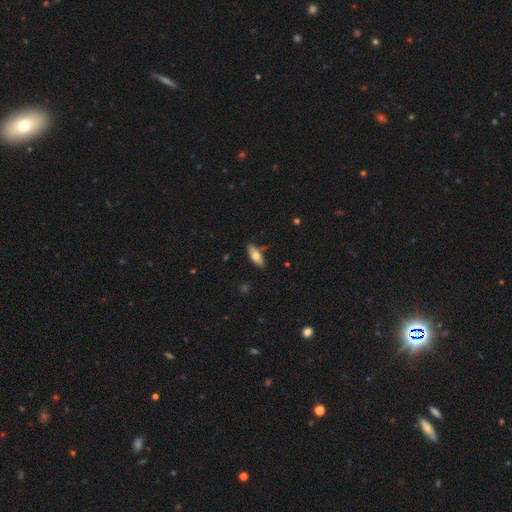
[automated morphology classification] This appears to be a smooth galaxy with no disk features (67%) that is in between round and cigar-shaped (74%). Merging: none (79%).